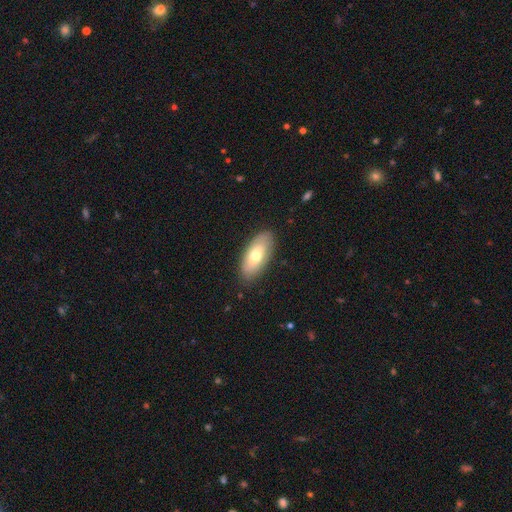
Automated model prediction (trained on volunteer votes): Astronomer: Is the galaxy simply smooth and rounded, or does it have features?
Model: smooth — 67%.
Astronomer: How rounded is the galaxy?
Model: in between — 89%.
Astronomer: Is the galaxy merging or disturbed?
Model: none — 86%.